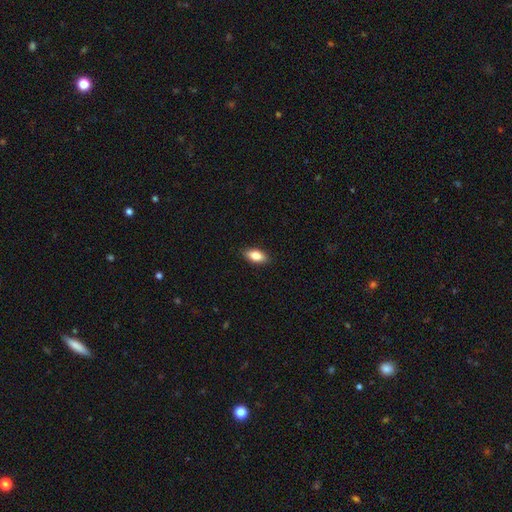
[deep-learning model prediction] A smooth galaxy with no disk features (80%) that is in between round and cigar-shaped (86%). Merging: none (88%).